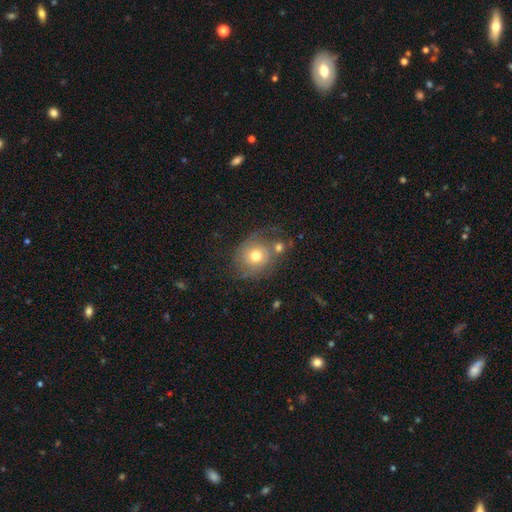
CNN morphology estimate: type=smooth (57%); roundness=round (75%); merging=none (49%).